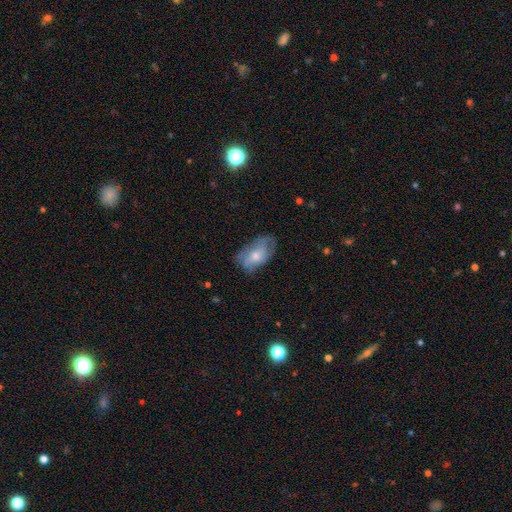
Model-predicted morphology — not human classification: smooth 56%, featured or disk 37%, star or artifact 7%. Down the decision tree: how rounded — in between (91%); merging — none (56%).